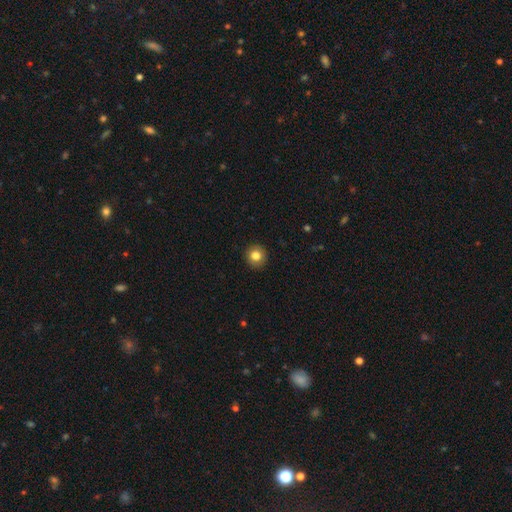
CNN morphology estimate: Smooth or featured? smooth (82%)
How rounded? round (92%)
Merging? none (92%)